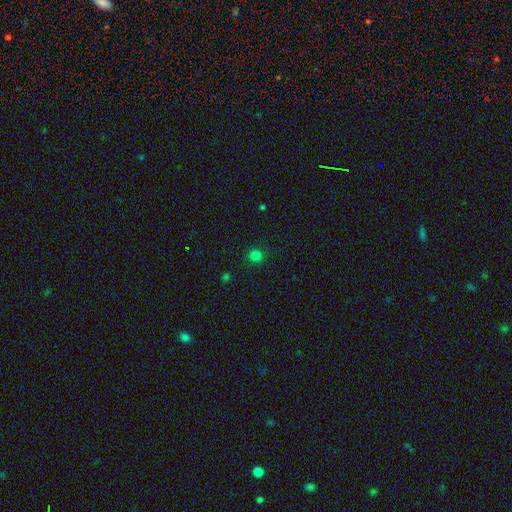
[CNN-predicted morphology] This is likely a smooth galaxy (79%). How rounded: clearly round (93%). Merging: clearly none (91%).